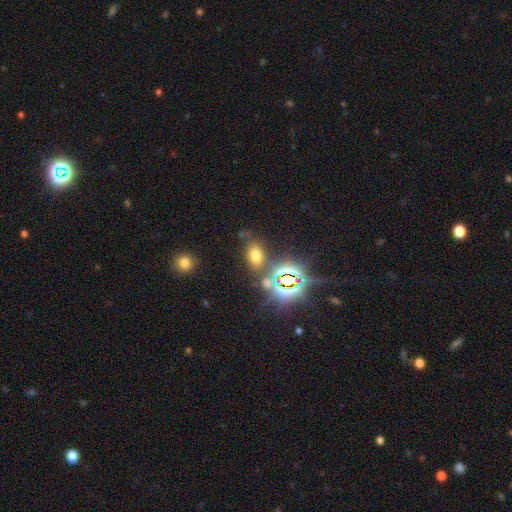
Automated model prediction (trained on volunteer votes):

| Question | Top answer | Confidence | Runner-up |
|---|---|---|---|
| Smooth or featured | smooth | 58% | star or artifact (33%) |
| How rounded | in between | 78% | round (20%) |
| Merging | none | 73% | minor disturbance (12%) |